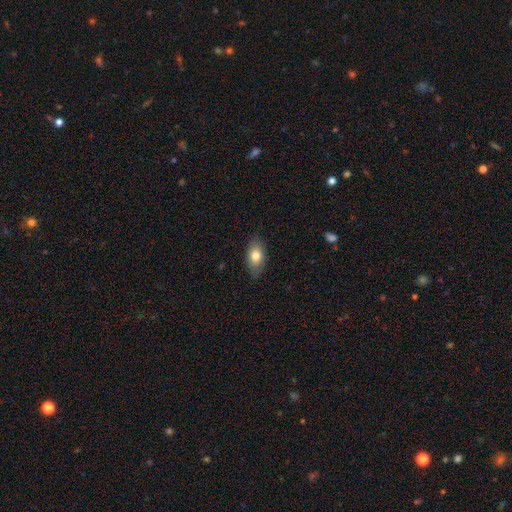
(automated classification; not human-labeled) A smooth galaxy with no disk features (77%) that is in between round and cigar-shaped (89%). Merging: none (84%).